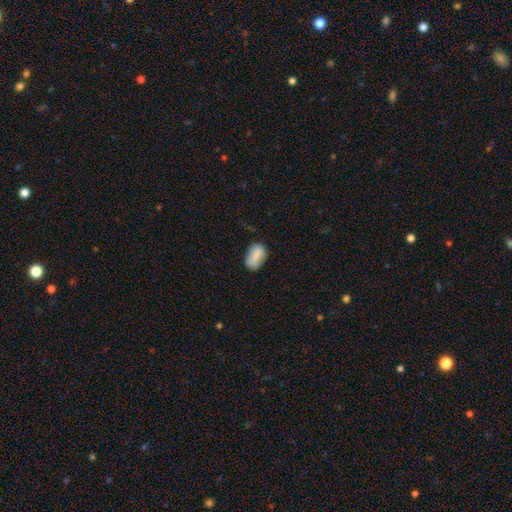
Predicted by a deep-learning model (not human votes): This appears to be a smooth galaxy with no disk features (83%) that is in between round and cigar-shaped (89%). Merging: none (65%).